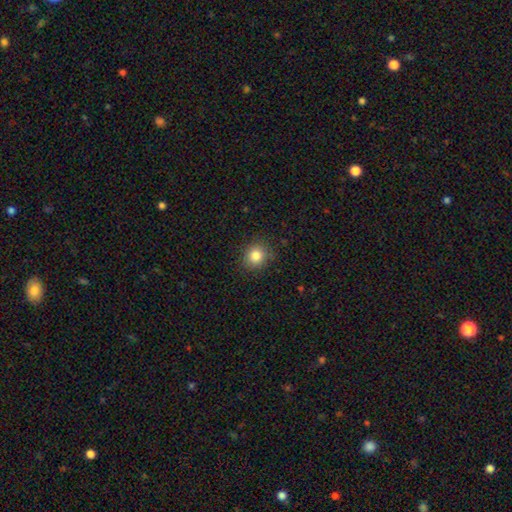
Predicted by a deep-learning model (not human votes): This appears to be a smooth galaxy with no disk features (84%) that is round (83%). Merging: none (86%).